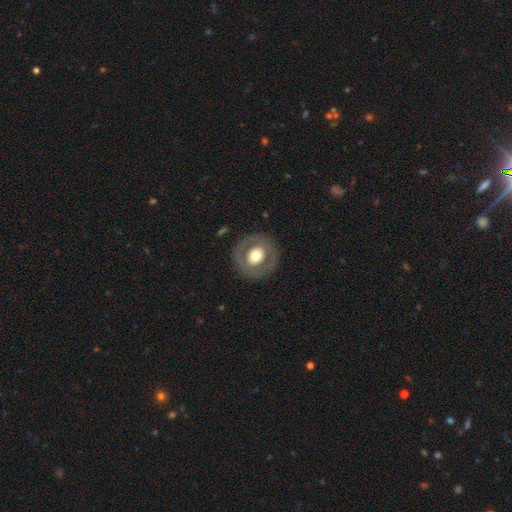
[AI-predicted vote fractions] Q: Smooth or featured?
A: smooth (47%); runner-up: featured or disk (46%)
Q: Merging?
A: none (84%); runner-up: minor disturbance (9%)